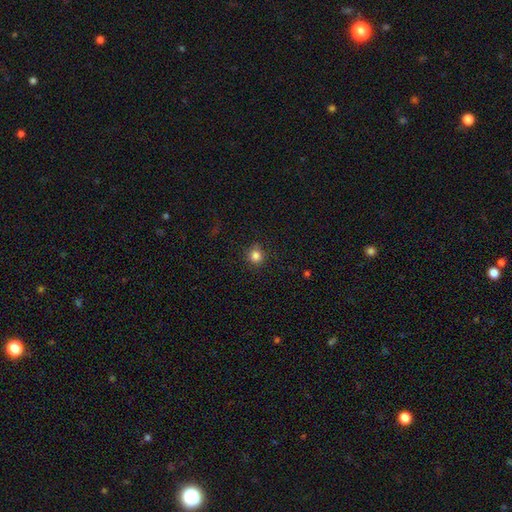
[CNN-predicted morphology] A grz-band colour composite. It shows a smooth galaxy with no disk features (84%) that is round (90%). Merging: none (88%).